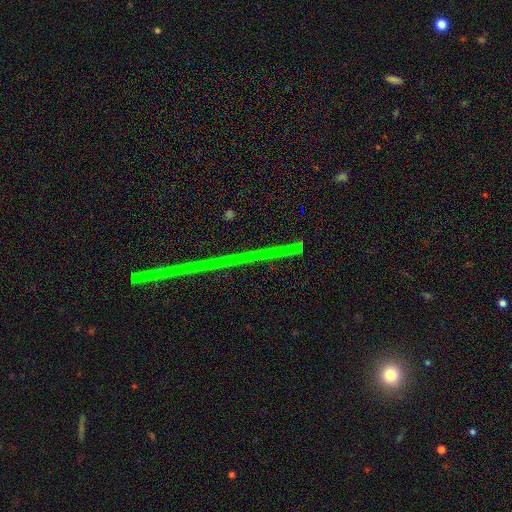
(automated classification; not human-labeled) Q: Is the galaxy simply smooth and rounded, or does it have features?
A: star or artifact — 84%.